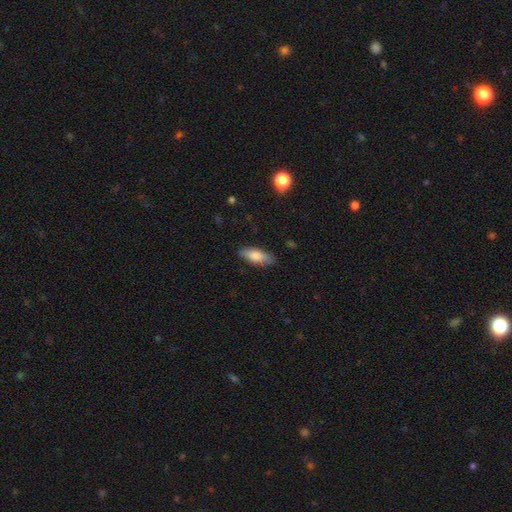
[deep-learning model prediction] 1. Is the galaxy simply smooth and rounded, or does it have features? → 79% smooth, 15% featured or disk, 6% star or artifact.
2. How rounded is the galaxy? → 71% in between, 26% cigar-shaped, 2% round.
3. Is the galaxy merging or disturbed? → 83% none, 14% minor disturbance, 3% major disturbance, 1% merger.